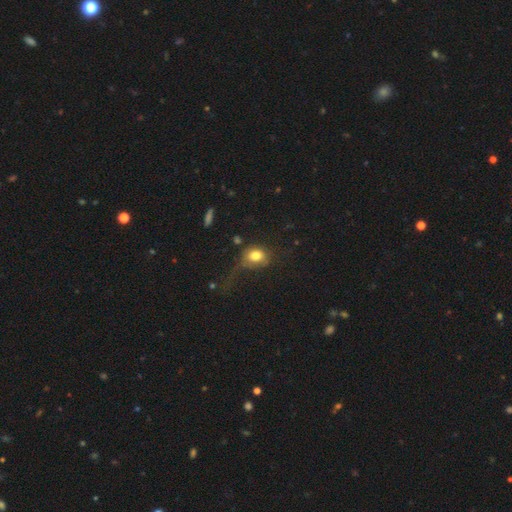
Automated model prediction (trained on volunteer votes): A smooth galaxy with no disk features (77%) that is in between round and cigar-shaped (49%, tied with round).

Vote fractions:
- Smooth or featured? smooth: 77% / featured or disk: 13% / star or artifact: 10%
- How rounded? in between: 49% (tied) / round: 49% (tied) / cigar-shaped: 2%
- Merging? none: 39% / major disturbance: 34% / minor disturbance: 22% / merger: 5%